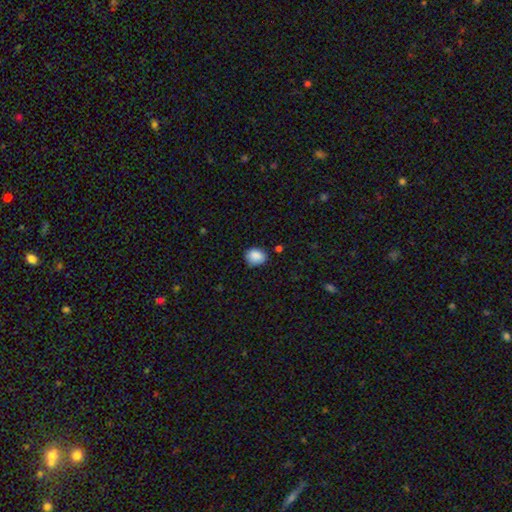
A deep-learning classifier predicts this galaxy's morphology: type=smooth (88%); roundness=in between (53%); merging=none (77%).